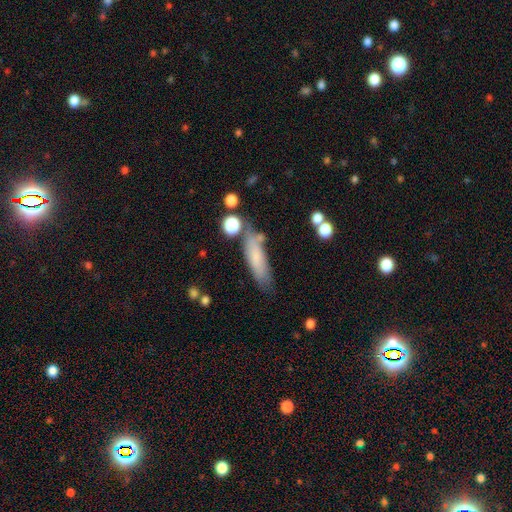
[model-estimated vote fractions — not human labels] Overall: smooth (72%). How rounded: cigar-shaped (60%; in between 38%). Merging: none (62%).